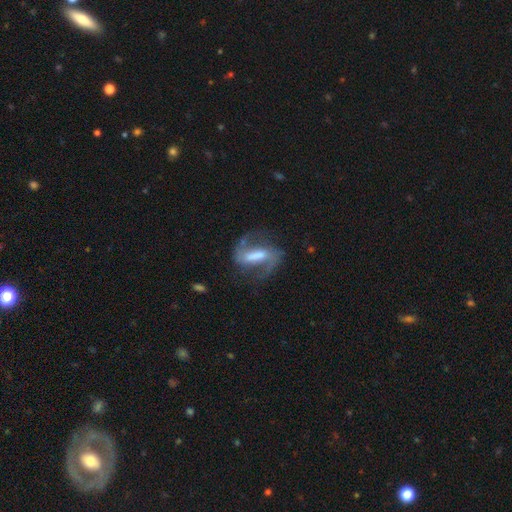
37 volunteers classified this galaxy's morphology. A featured or disk galaxy (89%) with a strong bar (68%), 2 (100%) medium (53%) spiral arms (97%) and a moderate central bulge (45%). Merging: none (83%).